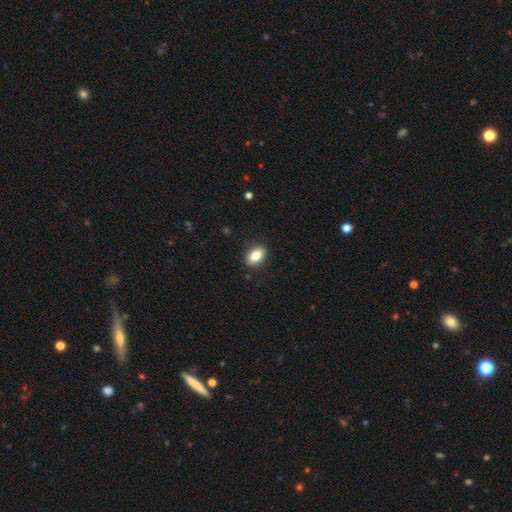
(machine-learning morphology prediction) smooth-or-featured: smooth: 83% | featured or disk: 9% | star or artifact: 8%
  how-rounded: in between: 89% | round: 9% | cigar-shaped: 2%
  merging: none: 88% | minor disturbance: 9% | major disturbance: 2% | merger: 1%